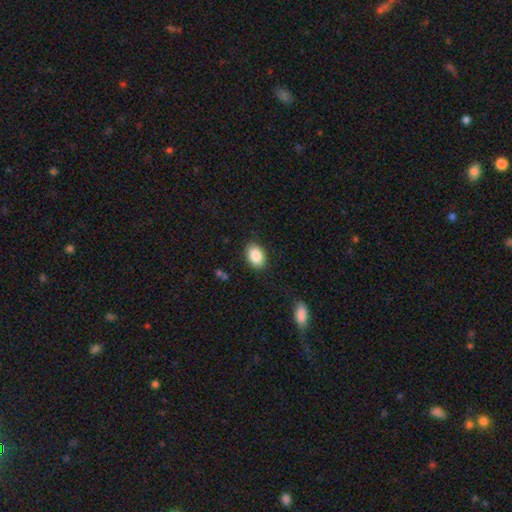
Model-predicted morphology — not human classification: Overall: smooth (88%). How rounded: in between (85%). Merging: none (87%).